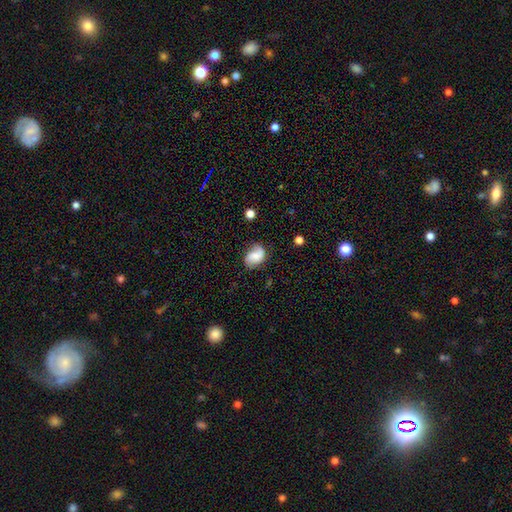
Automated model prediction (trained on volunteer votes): Smooth or featured?
  - smooth: 51% *
  - featured or disk: 39%
  - star or artifact: 10%
How rounded?
  - in between: 73% *
  - round: 25%
  - cigar-shaped: 1%
Merging?
  - none: 61% *
  - minor disturbance: 27%
  - major disturbance: 10%
  - merger: 3%